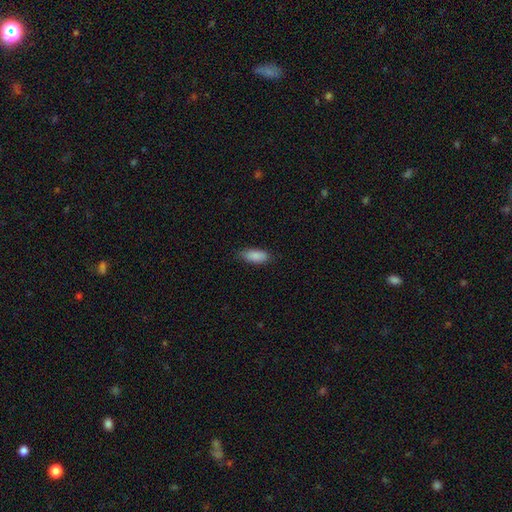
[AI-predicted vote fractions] Morphology: type=smooth (88%); roundness=in between (86%); merging=none (81%).